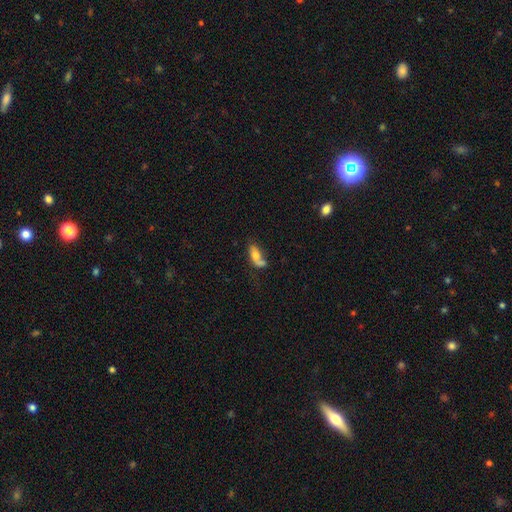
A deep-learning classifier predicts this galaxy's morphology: Smooth or featured?
  - smooth: 62% *
  - featured or disk: 30%
  - star or artifact: 8%
How rounded?
  - in between: 79% *
  - cigar-shaped: 16%
  - round: 5%
Merging?
  - none: 36% *
  - merger: 24%
  - minor disturbance: 23%
  - major disturbance: 17%